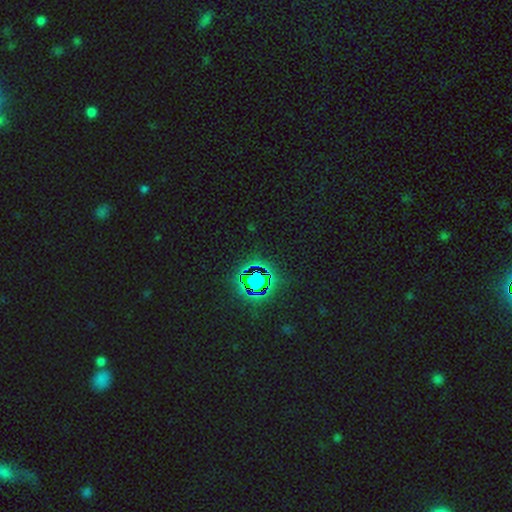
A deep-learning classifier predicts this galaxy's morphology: Smooth or featured? star or artifact (81%)